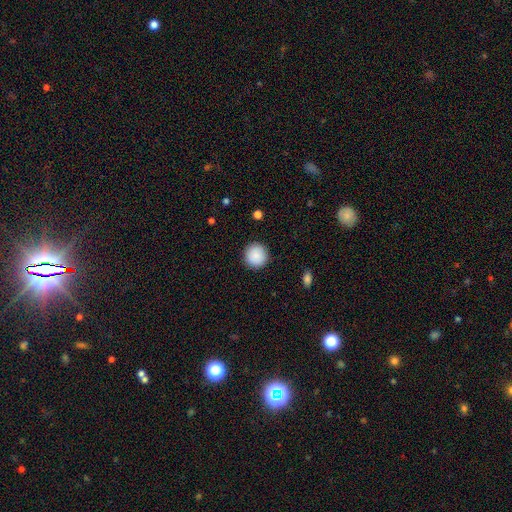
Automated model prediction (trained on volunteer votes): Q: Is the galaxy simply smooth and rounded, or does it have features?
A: smooth — 89%.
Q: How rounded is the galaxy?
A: round — 95%.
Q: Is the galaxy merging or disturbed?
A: none — 92%.